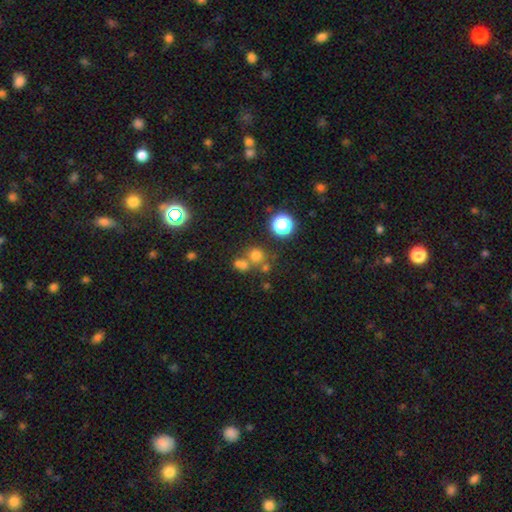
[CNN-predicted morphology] This is likely a smooth galaxy (66%). How rounded: clearly round (85%). Merging: possibly none (56%).